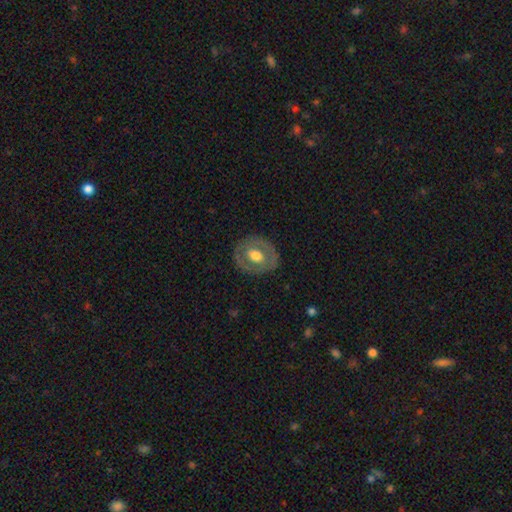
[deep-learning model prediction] Morphology: type=featured or disk (50%); merging=none (82%).